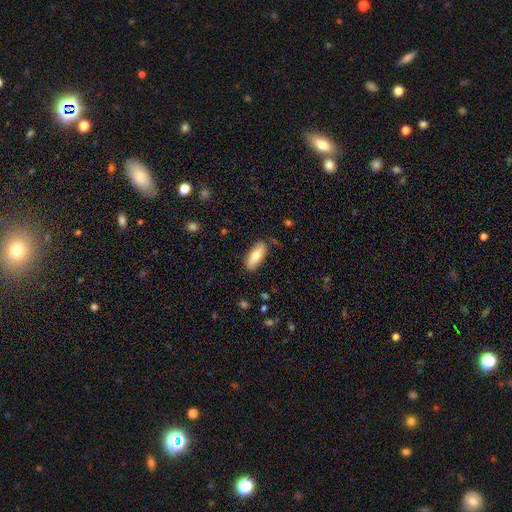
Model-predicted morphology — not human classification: Smooth or featured?
  - smooth: 74% *
  - featured or disk: 20%
  - star or artifact: 6%
How rounded?
  - in between: 74% *
  - cigar-shaped: 24%
  - round: 2%
Merging?
  - none: 84% *
  - minor disturbance: 12%
  - major disturbance: 2%
  - merger: 1%